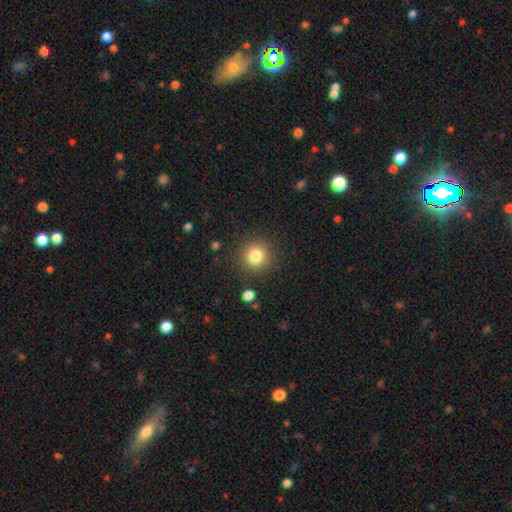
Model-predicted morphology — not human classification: type=smooth (82%); roundness=round (94%); merging=none (89%).